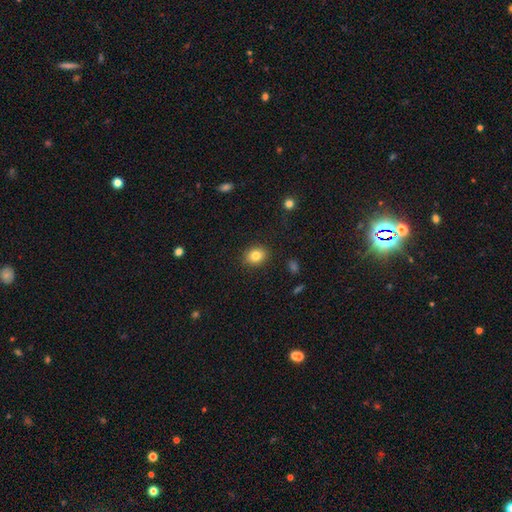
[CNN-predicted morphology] This is clearly a smooth galaxy (83%). How rounded: possibly round (53%). Merging: clearly none (89%).